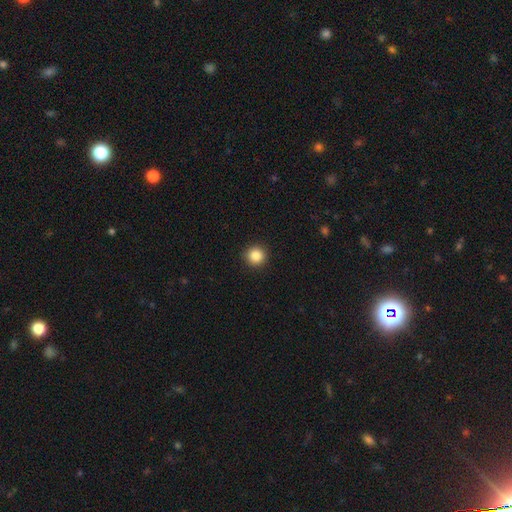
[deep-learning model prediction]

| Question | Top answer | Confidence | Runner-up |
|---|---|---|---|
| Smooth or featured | smooth | 85% | star or artifact (11%) |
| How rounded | round | 95% | in between (4%) |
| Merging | none | 93% | minor disturbance (4%) |